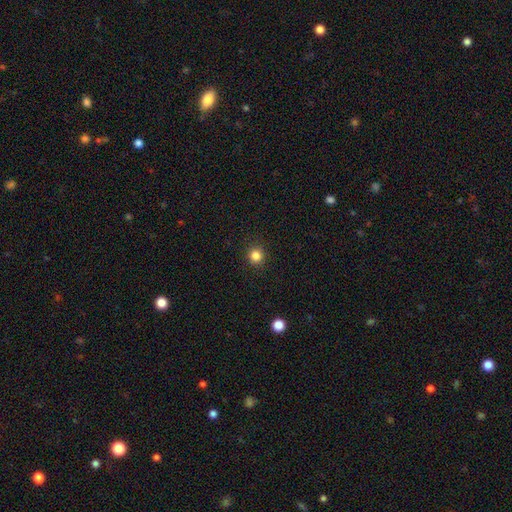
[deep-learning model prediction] smooth-or-featured: smooth: 84% | star or artifact: 12% | featured or disk: 4%
  how-rounded: round: 92% | in between: 7% | cigar-shaped: 1%
  merging: none: 92% | minor disturbance: 5% | major disturbance: 2% | merger: 1%